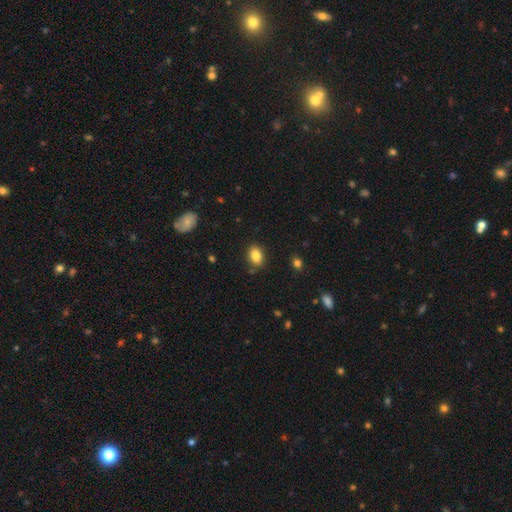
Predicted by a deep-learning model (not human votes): Smooth or featured? smooth (85%)
How rounded? in between (80%)
Merging? none (83%)